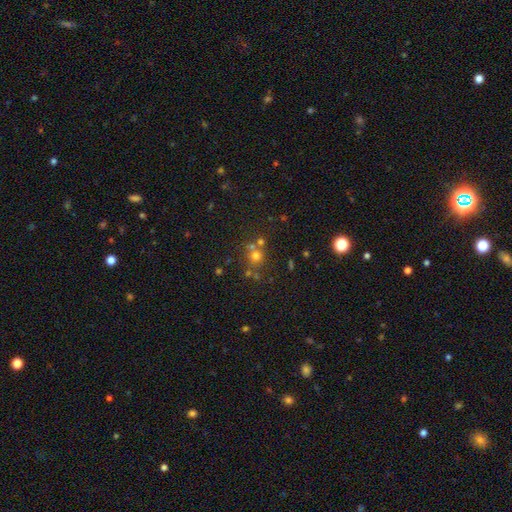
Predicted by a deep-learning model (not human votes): smooth-or-featured: smooth: 62% | star or artifact: 24% | featured or disk: 13%
  how-rounded: round: 88% | in between: 11% | cigar-shaped: 1%
  merging: none: 60% | merger: 26% | minor disturbance: 9% | major disturbance: 4%